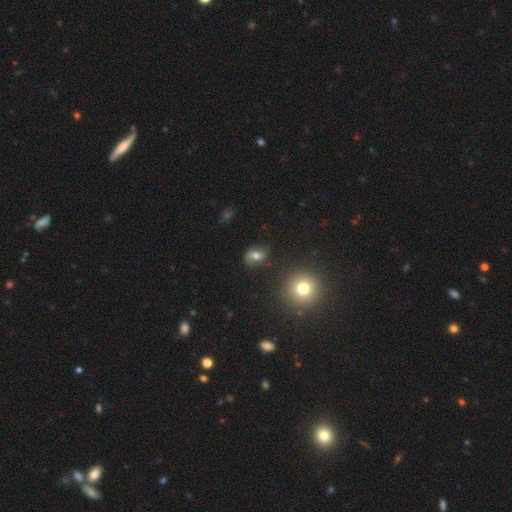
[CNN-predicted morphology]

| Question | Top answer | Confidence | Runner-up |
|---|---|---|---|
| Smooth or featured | smooth | 52% | featured or disk (33%) |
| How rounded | in between | 64% | round (33%) |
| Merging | none | 68% | minor disturbance (20%) |